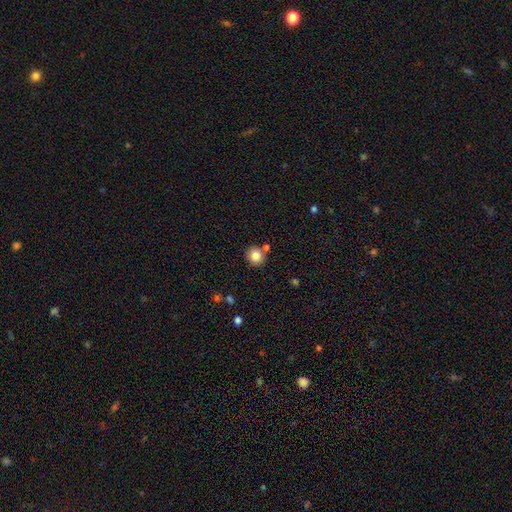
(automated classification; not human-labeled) A smooth galaxy with no disk features (83%) that is round (89%). Merging: none (79%).